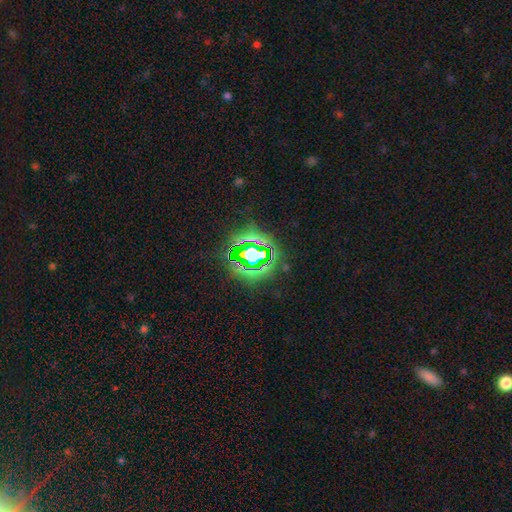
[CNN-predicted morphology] type=star or artifact (77%).